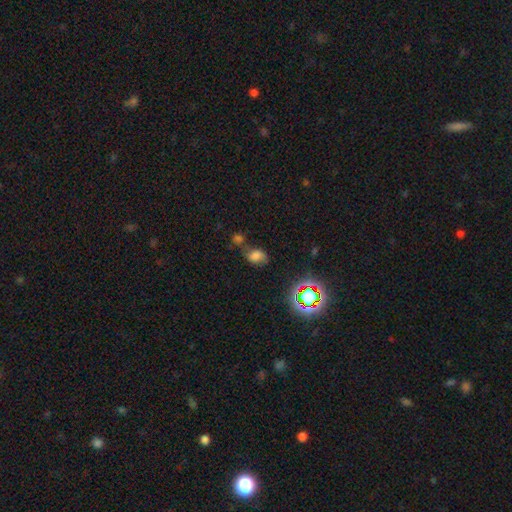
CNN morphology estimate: Smooth or featured? Predicted: smooth (p=0.61). How rounded? Predicted: in between (p=0.73). Merging? Predicted: none (p=0.49).